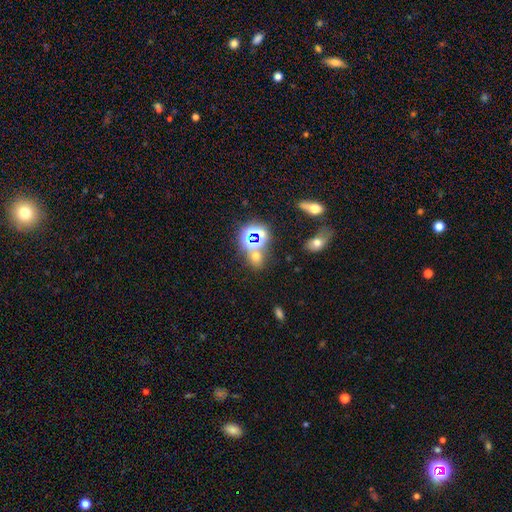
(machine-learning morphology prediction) A smooth galaxy with no disk features (48%). Merging: none (65%).